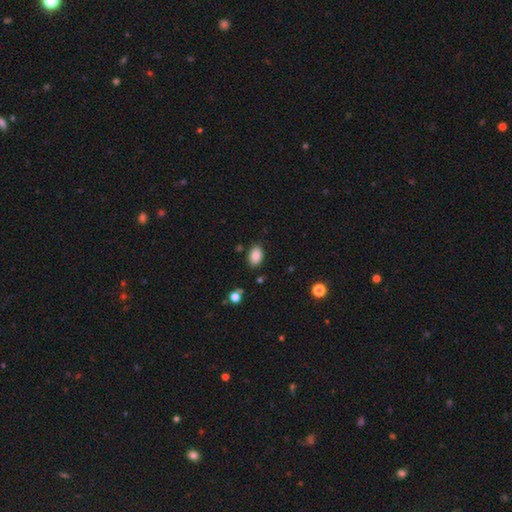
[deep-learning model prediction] smooth-or-featured: smooth: 87% | star or artifact: 9% | featured or disk: 5%
  how-rounded: in between: 87% | round: 12% | cigar-shaped: 1%
  merging: none: 85% | minor disturbance: 11% | major disturbance: 3% | merger: 2%